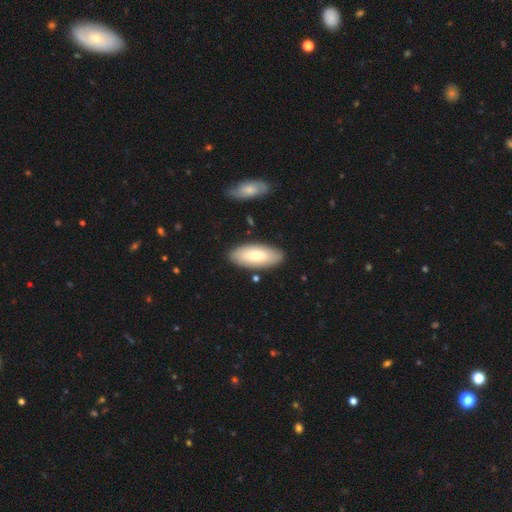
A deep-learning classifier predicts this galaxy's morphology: A smooth galaxy with no disk features (74%) that is in between round and cigar-shaped (84%).

Vote fractions:
- Smooth or featured? smooth: 74% / featured or disk: 21% / star or artifact: 5%
- How rounded? in between: 84% / cigar-shaped: 14% / round: 2%
- Merging? none: 84% / minor disturbance: 10% / merger: 3% / major disturbance: 2%